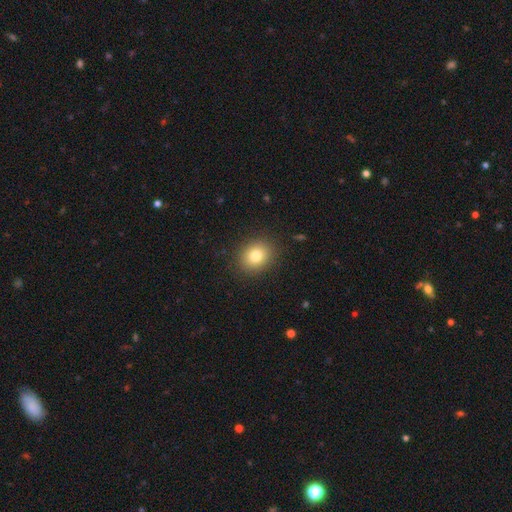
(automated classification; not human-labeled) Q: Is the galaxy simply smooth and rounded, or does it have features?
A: smooth — 80%.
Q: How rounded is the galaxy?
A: round — 65%.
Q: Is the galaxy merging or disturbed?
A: none — 88%.